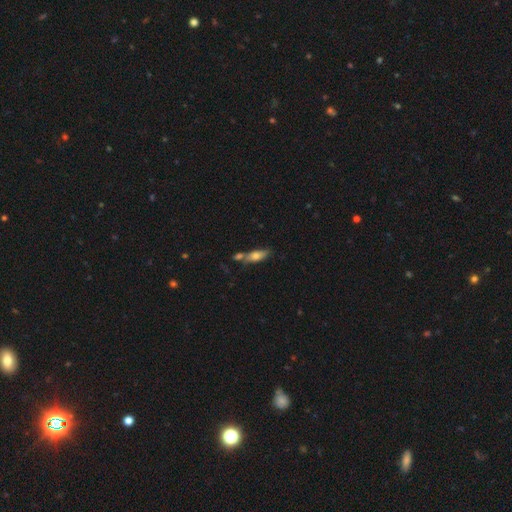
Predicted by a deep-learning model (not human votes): The model was most divided on "merging": none: 49%, merger: 31%, minor disturbance: 15%, major disturbance: 5%. More confident: smooth or featured — smooth (65%); how rounded — in between (61%).